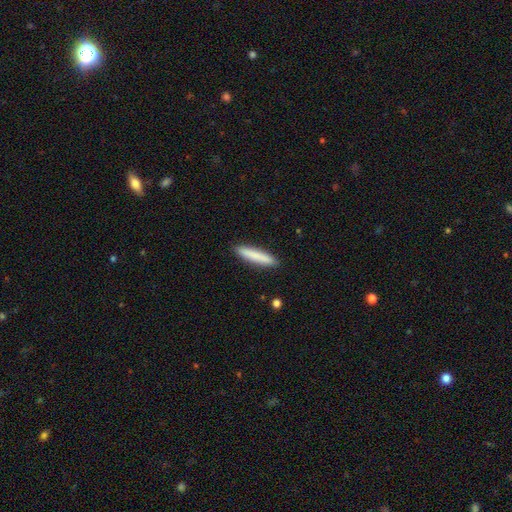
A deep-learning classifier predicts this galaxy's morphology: Smooth or featured? smooth (82%)
How rounded? cigar-shaped (92%)
Merging? none (91%)